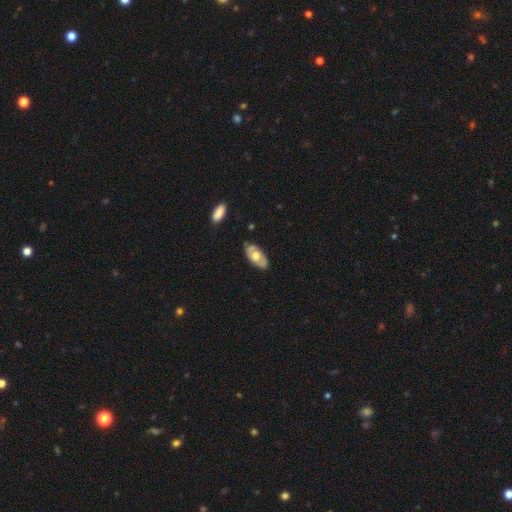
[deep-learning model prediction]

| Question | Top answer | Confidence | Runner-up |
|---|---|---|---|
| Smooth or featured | smooth | 51% | featured or disk (43%) |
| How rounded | in between | 91% | cigar-shaped (6%) |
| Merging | none | 79% | minor disturbance (16%) |